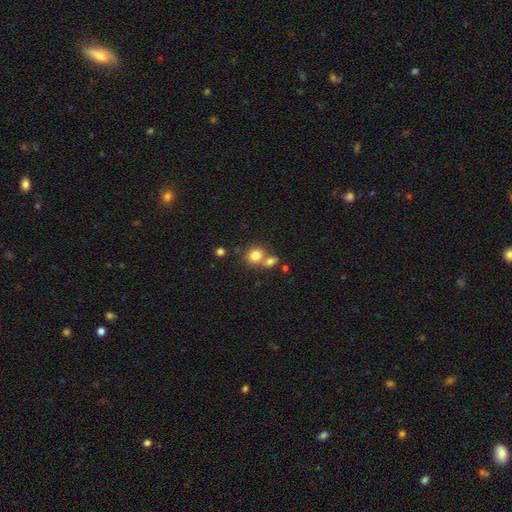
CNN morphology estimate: type=smooth (81%); roundness=round (76%); merging=none (47%).